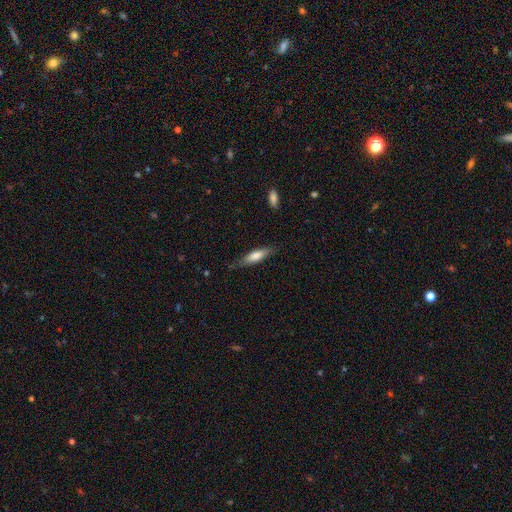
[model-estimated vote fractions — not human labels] smooth_or_featured: smooth (p=0.68) [alt: featured or disk p=0.26]
how_rounded: cigar-shaped (p=0.64) [alt: in between p=0.34]
merging: none (p=0.75) [alt: minor disturbance p=0.19]